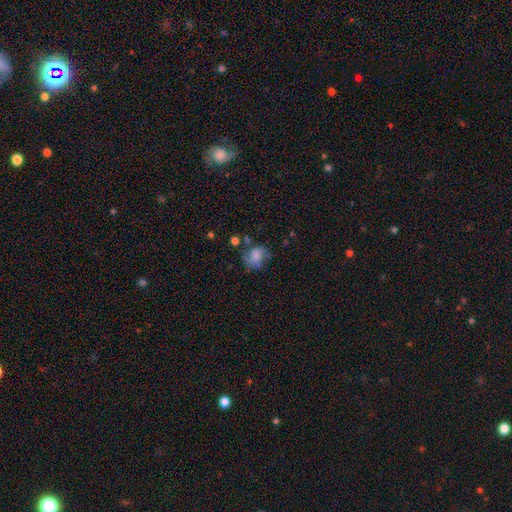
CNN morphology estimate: type=smooth (62%); roundness=round (56%); merging=none (49%).